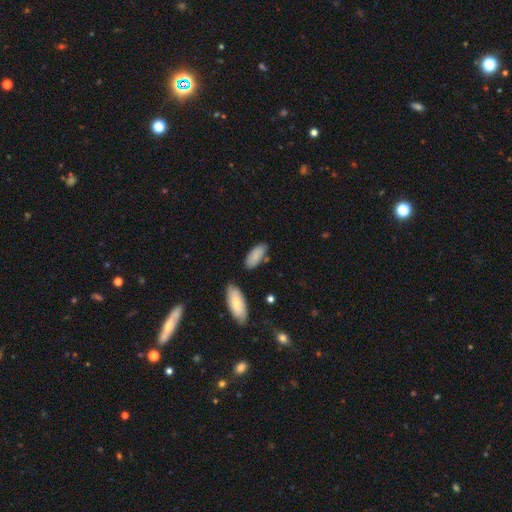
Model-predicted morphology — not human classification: smooth_or_featured: smooth (p=0.84) [alt: featured or disk p=0.10]
how_rounded: in between (p=0.85) [alt: cigar-shaped p=0.13]
merging: none (p=0.73) [alt: minor disturbance p=0.17]